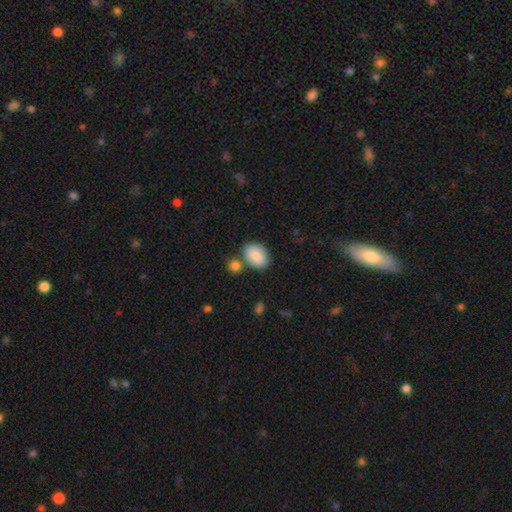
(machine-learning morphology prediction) smooth 88%, star or artifact 6%, featured or disk 6%. Down the decision tree: how rounded — in between (82%); merging — none (70%).